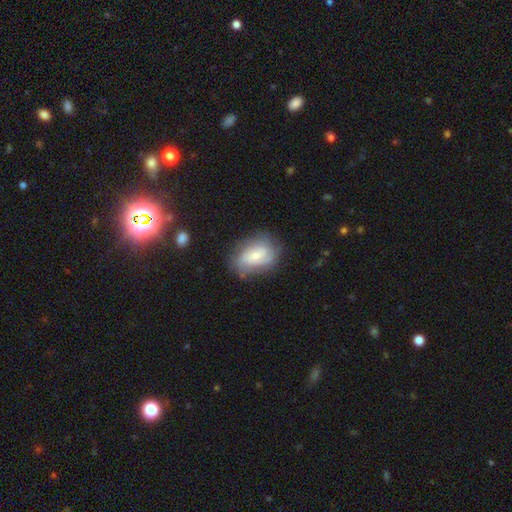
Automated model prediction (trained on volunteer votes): Smooth or featured?
  - featured or disk: 52% *
  - smooth: 41%
  - star or artifact: 7%
Edge-on disk?
  - no: 95% *
  - yes: 5%
Merging?
  - none: 67% *
  - minor disturbance: 23%
  - major disturbance: 9%
  - merger: 2%